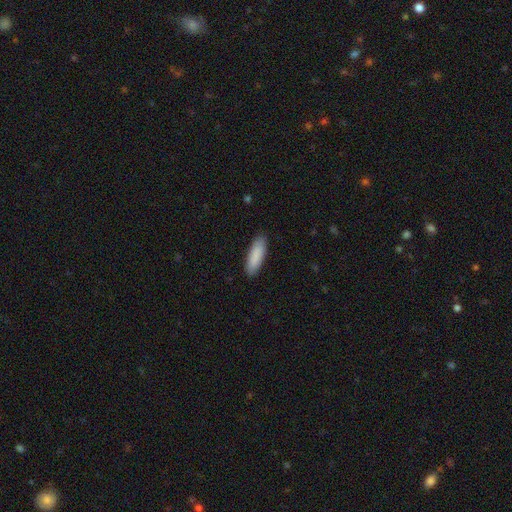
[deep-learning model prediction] Q: Smooth or featured?
A: smooth (89%); runner-up: featured or disk (6%)
Q: How rounded?
A: in between (52%); runner-up: cigar-shaped (46%)
Q: Merging?
A: none (88%); runner-up: minor disturbance (9%)